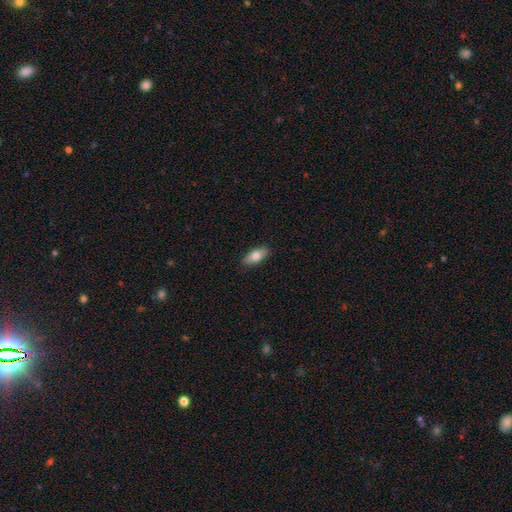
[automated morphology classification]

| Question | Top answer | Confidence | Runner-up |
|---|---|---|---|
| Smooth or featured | smooth | 78% | featured or disk (16%) |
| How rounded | in between | 82% | cigar-shaped (15%) |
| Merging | none | 87% | minor disturbance (10%) |